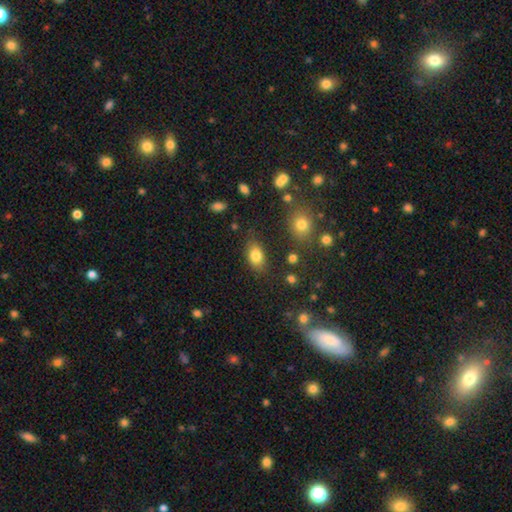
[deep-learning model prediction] Smooth or featured? smooth (82%)
How rounded? in between (84%)
Merging? none (78%)